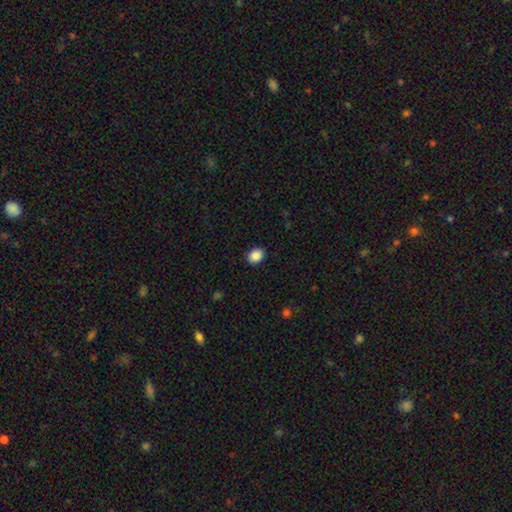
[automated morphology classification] smooth-or-featured: smooth: 89% | star or artifact: 8% | featured or disk: 3%
  how-rounded: in between: 60% | round: 39% | cigar-shaped: 1%
  merging: none: 89% | minor disturbance: 8% | major disturbance: 2% | merger: 1%